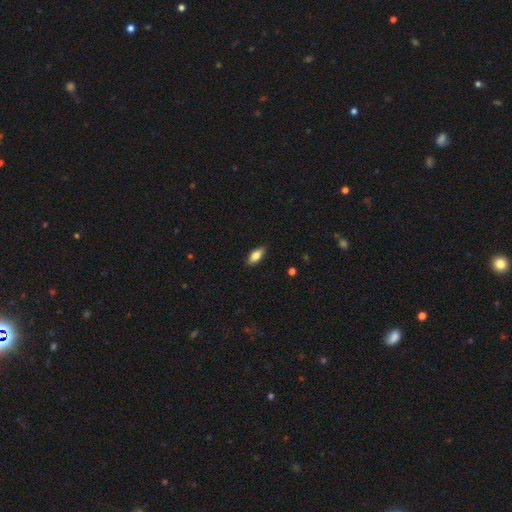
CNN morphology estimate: smooth-or-featured: smooth: 79% | featured or disk: 14% | star or artifact: 7%
  how-rounded: in between: 85% | cigar-shaped: 12% | round: 3%
  merging: none: 88% | minor disturbance: 10% | major disturbance: 2% | merger: 1%